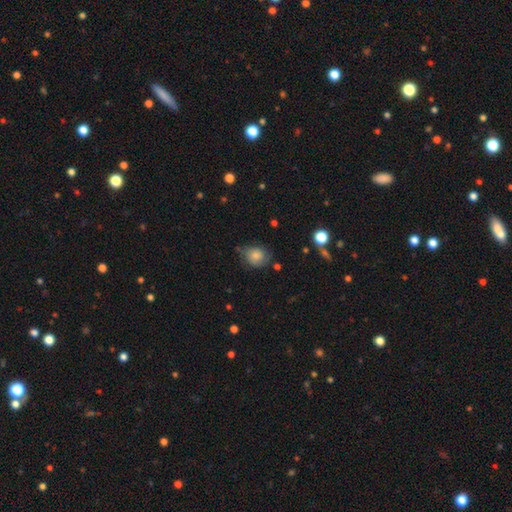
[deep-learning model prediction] Smooth or featured?
  - smooth: 68% *
  - featured or disk: 23%
  - star or artifact: 10%
How rounded?
  - round: 60% *
  - in between: 39%
  - cigar-shaped: 1%
Merging?
  - none: 59% *
  - minor disturbance: 30%
  - major disturbance: 9%
  - merger: 3%